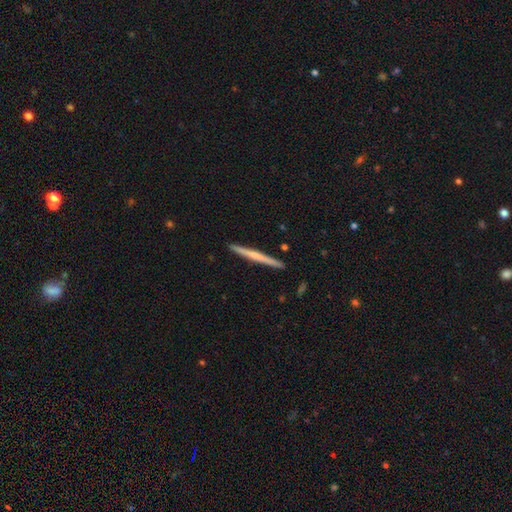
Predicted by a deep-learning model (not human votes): The model was most divided on "smooth or featured": featured or disk: 55%, smooth: 40%, star or artifact: 5%. More confident: edge-on disk — yes (98%); merging — none (93%); edge-on bulge — none (56%).